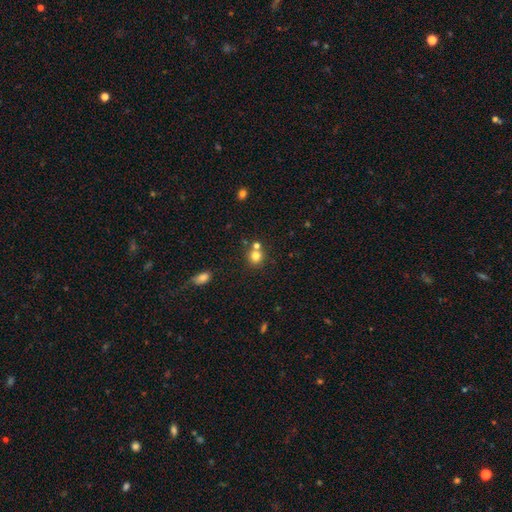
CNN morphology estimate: A smooth galaxy with no disk features (77%) that is round (87%).

Vote fractions:
- Smooth or featured? smooth: 77% / star or artifact: 14% / featured or disk: 9%
- How rounded? round: 87% / in between: 13% / cigar-shaped: 1%
- Merging? none: 60% / merger: 29% / minor disturbance: 8% / major disturbance: 3%